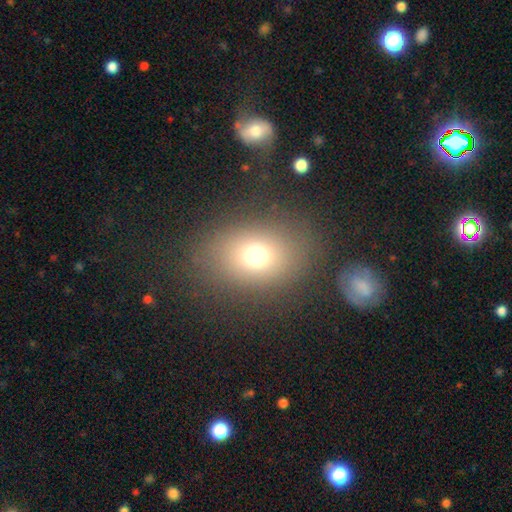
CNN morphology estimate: smooth 71%, star or artifact 17%, featured or disk 12%. Down the decision tree: how rounded — in between (56%); merging — none (82%).